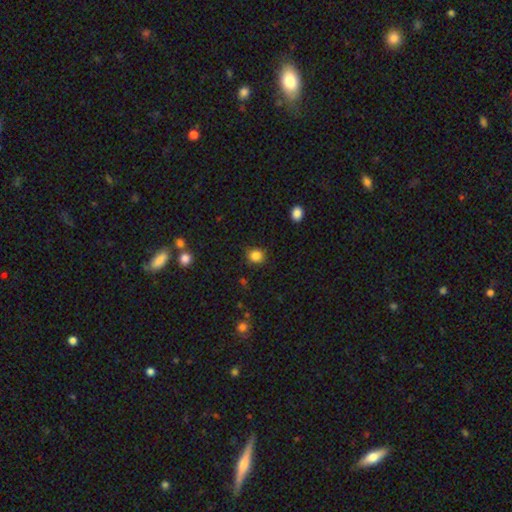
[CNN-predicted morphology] Q: Smooth or featured?
A: smooth (85%); runner-up: star or artifact (11%)
Q: How rounded?
A: round (80%); runner-up: in between (19%)
Q: Merging?
A: none (88%); runner-up: minor disturbance (8%)